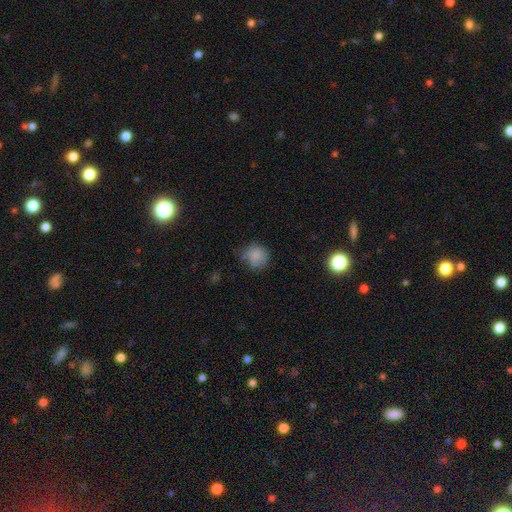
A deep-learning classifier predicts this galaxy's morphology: This is clearly a smooth galaxy (81%). How rounded: clearly round (85%). Merging: possibly none (59%).